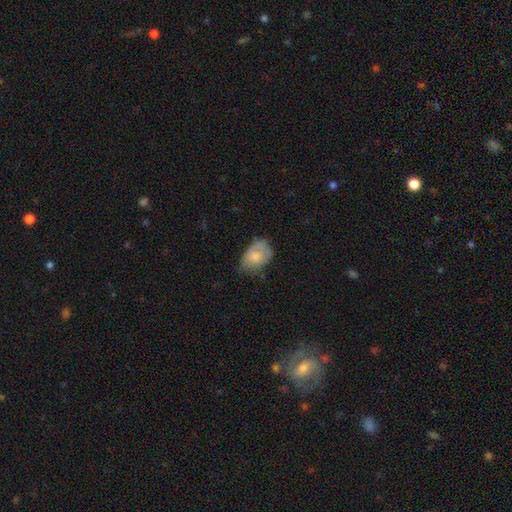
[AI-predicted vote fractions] Smooth or featured: smooth — 66% (featured or disk — 27%)
How rounded: in between — 82% (round — 17%)
Merging: none — 47% (minor disturbance — 40%)